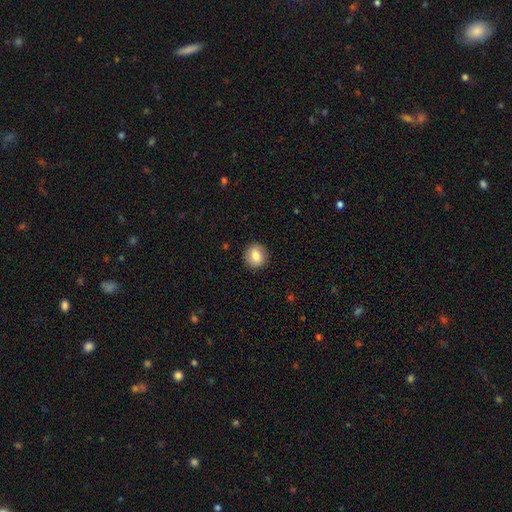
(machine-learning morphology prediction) This appears to be a smooth galaxy with no disk features (81%) that is round (89%). Merging: none (90%).